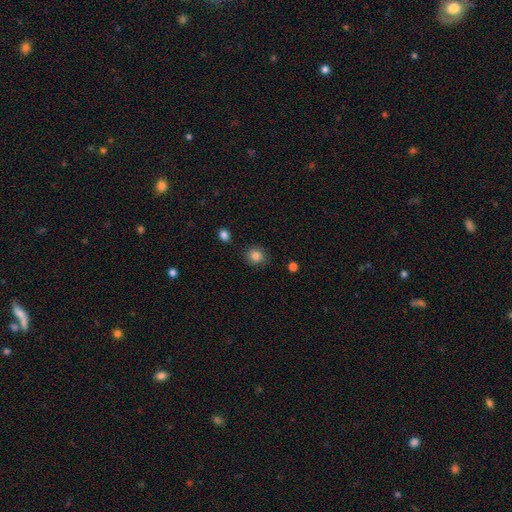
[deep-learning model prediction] Smooth or featured?
  - smooth: 85% *
  - star or artifact: 10%
  - featured or disk: 5%
How rounded?
  - round: 80% *
  - in between: 19%
  - cigar-shaped: 1%
Merging?
  - none: 86% *
  - minor disturbance: 10%
  - major disturbance: 2%
  - merger: 2%